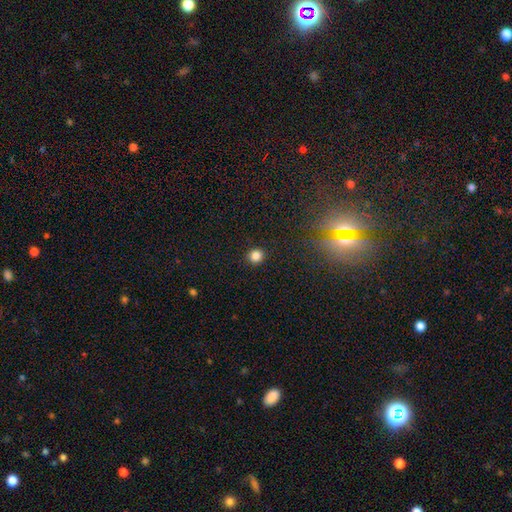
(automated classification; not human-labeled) The model was most divided on "smooth or featured": smooth: 84%, star or artifact: 12%, featured or disk: 4%. More confident: merging — none (92%); how rounded — round (92%).